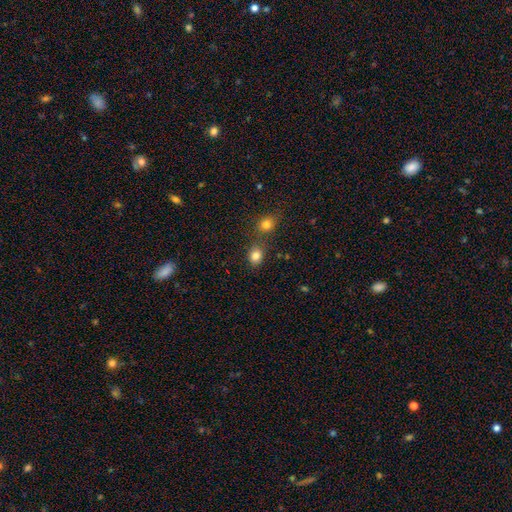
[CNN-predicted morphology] This is clearly a smooth galaxy (83%). How rounded: possibly round (54%). Merging: likely none (68%).